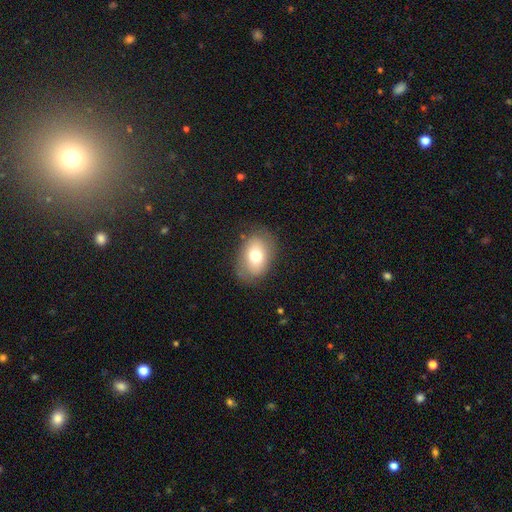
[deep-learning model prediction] smooth-or-featured: smooth: 70% | featured or disk: 21% | star or artifact: 9%
  how-rounded: in between: 77% | round: 22% | cigar-shaped: 1%
  merging: none: 77% | minor disturbance: 16% | major disturbance: 6% | merger: 1%